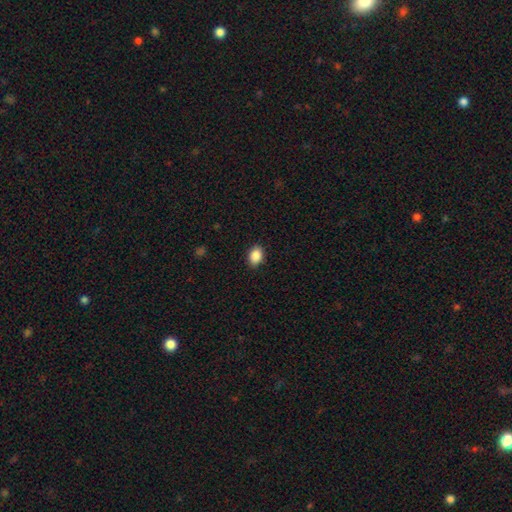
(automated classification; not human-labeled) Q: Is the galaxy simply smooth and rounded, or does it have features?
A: smooth — 89%.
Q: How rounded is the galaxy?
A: in between — 77%.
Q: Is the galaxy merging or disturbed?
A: none — 89%.